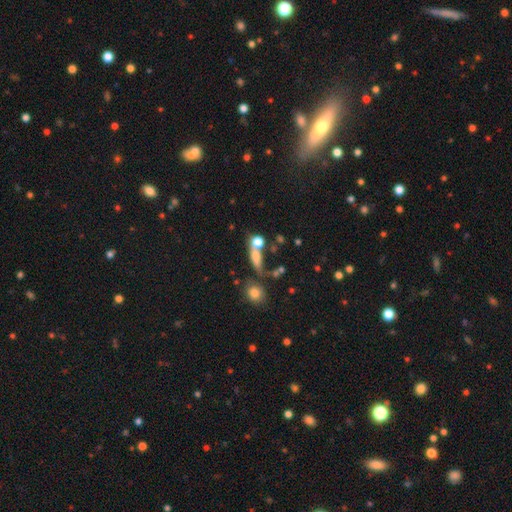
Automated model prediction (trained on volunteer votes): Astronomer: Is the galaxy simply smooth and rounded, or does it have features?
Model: smooth — 66%.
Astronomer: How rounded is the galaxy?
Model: in between — 45% (runner-up: cigar-shaped, 29%).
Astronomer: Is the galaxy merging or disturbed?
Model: merger — 39% (runner-up: none, 33%).